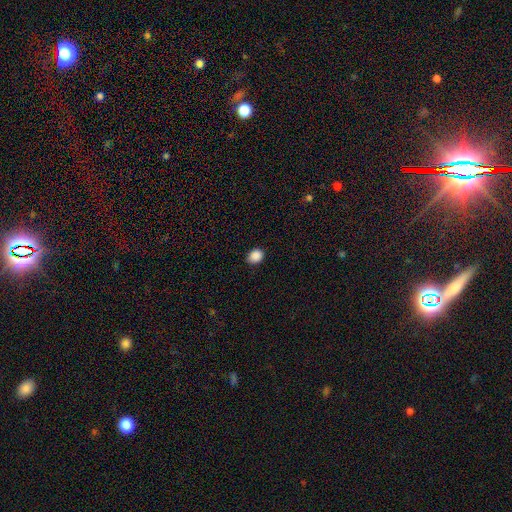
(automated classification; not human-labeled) A smooth galaxy with no disk features (88%) that is round (59%).

Vote fractions:
- Smooth or featured? smooth: 88% / star or artifact: 9% / featured or disk: 3%
- How rounded? round: 59% / in between: 40% / cigar-shaped: 1%
- Merging? none: 87% / minor disturbance: 10% / major disturbance: 2% / merger: 1%